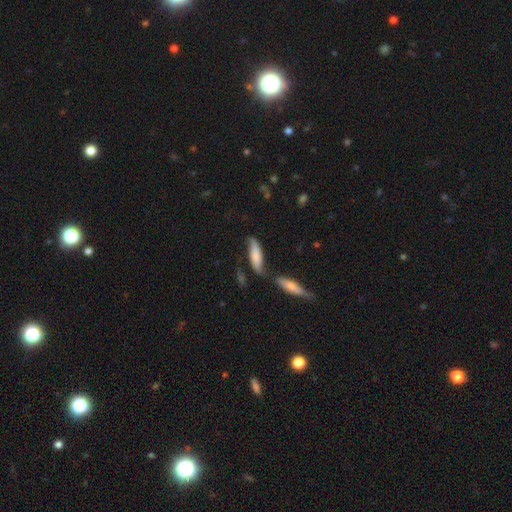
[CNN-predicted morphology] The model was most divided on "how rounded": cigar-shaped: 53%, in between: 45%, round: 2%. Remaining: smooth or featured — smooth (64%); merging — none (50%).